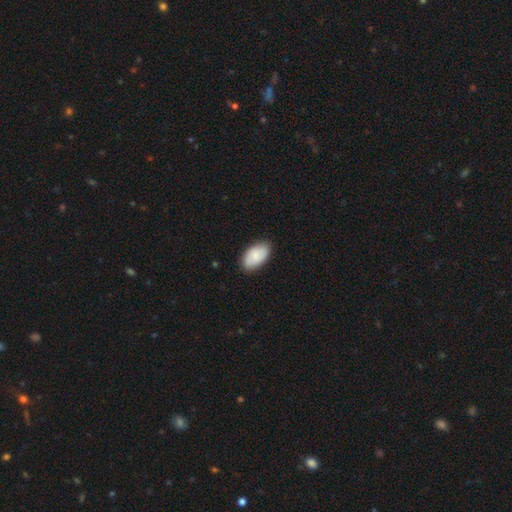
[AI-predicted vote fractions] This is likely a smooth galaxy (80%). How rounded: clearly in between (95%). Merging: clearly none (83%).